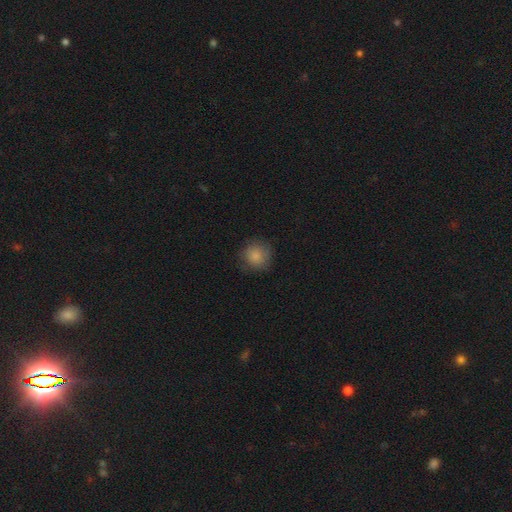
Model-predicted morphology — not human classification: This is clearly a smooth galaxy (85%). How rounded: clearly round (90%). Merging: clearly none (81%).